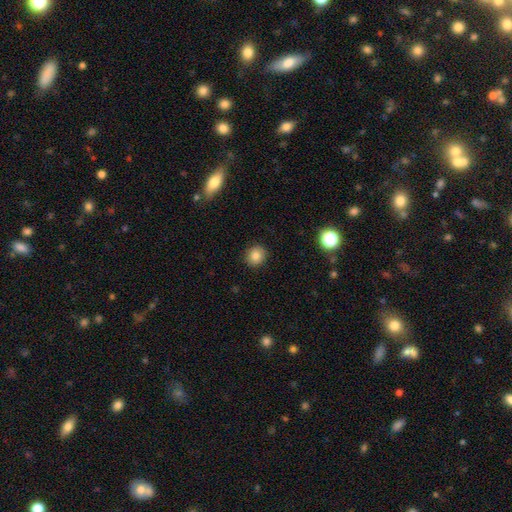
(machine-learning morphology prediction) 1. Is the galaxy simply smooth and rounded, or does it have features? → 84% smooth, 11% star or artifact, 6% featured or disk.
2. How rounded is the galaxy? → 86% round, 13% in between, 1% cigar-shaped.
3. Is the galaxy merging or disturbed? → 90% none, 7% minor disturbance, 2% major disturbance, 1% merger.